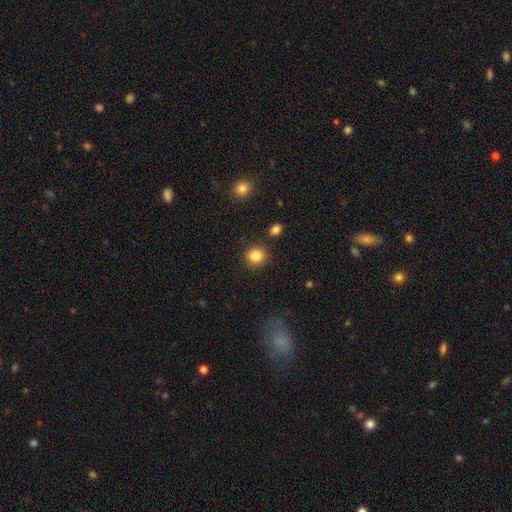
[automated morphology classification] A smooth galaxy with no disk features (85%) that is round (86%).

Vote fractions:
- Smooth or featured? smooth: 85% / star or artifact: 10% / featured or disk: 5%
- How rounded? round: 86% / in between: 13% / cigar-shaped: 1%
- Merging? none: 87% / minor disturbance: 7% / merger: 3% / major disturbance: 2%